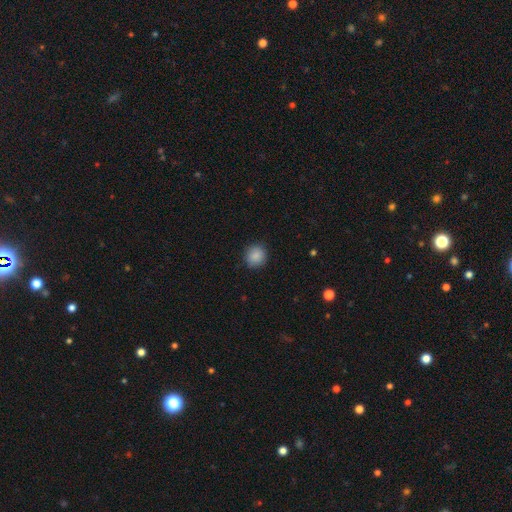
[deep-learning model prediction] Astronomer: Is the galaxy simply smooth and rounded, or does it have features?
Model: smooth — 88%.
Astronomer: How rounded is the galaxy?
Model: round — 89%.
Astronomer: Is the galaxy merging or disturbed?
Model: none — 89%.